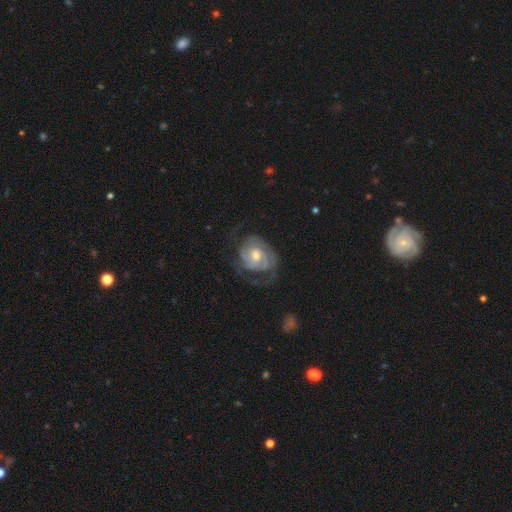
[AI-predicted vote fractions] This appears to be a featured or disk galaxy (80%) with no bar (60%), 2 (44%) tight (51%) spiral arms (90%) and a moderate central bulge (64%). Merging: none (55%).